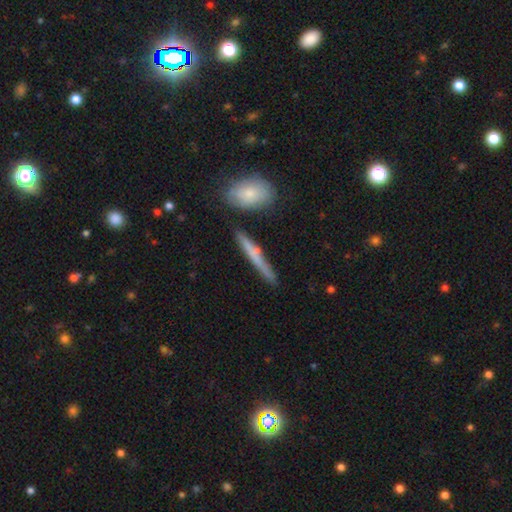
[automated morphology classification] smooth 46%, featured or disk 45%, star or artifact 9%. Down the decision tree: merging — none (84%).